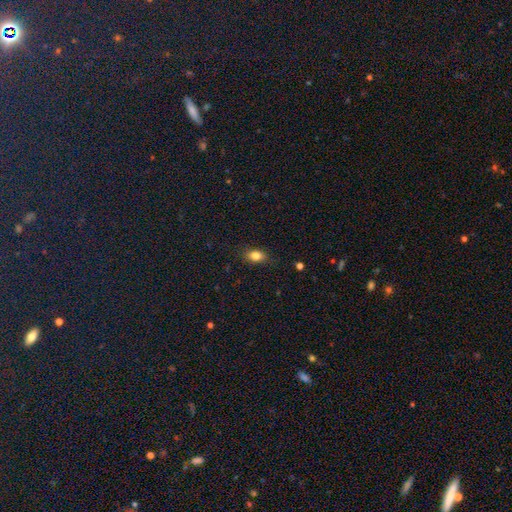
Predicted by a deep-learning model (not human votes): smooth_or_featured: smooth (p=0.82) [alt: star or artifact p=0.09]
how_rounded: in between (p=0.82) [alt: round p=0.15]
merging: none (p=0.85) [alt: minor disturbance p=0.12]